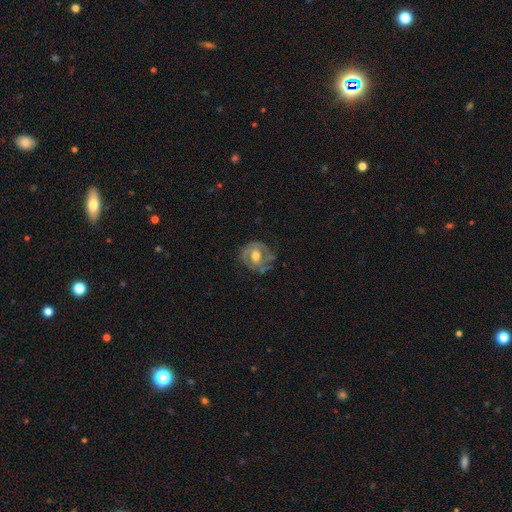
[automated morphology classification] A featured or disk galaxy (70%) with no bar (63%), spiral arms (72%) and a moderate central bulge (68%). Merging: none (64%).